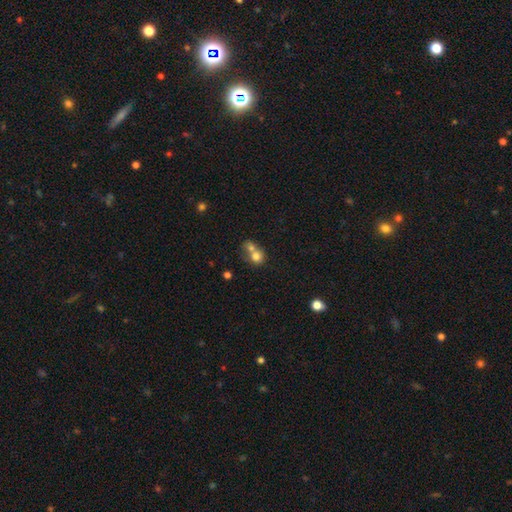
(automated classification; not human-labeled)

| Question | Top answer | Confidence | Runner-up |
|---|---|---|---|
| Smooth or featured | smooth | 74% | featured or disk (15%) |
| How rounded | round | 73% | in between (26%) |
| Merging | merger | 65% | none (26%) |